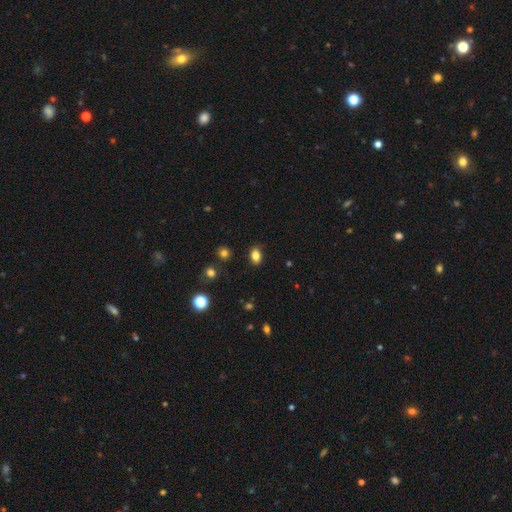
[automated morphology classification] This is clearly a smooth galaxy (82%). How rounded: likely in between (79%). Merging: clearly none (86%).